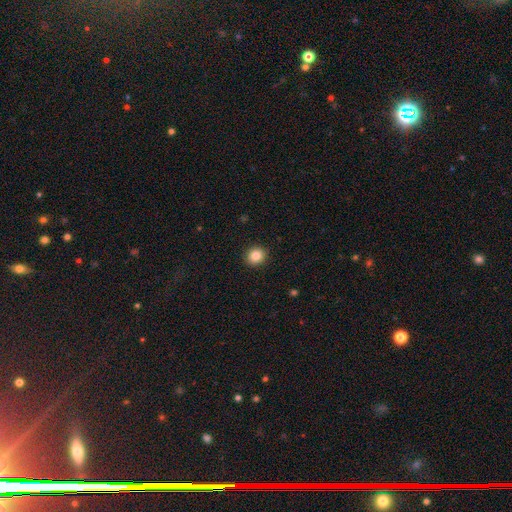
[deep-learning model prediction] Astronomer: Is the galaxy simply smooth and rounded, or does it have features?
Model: smooth — 85%.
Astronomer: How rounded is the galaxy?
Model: round — 81%.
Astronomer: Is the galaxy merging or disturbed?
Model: none — 92%.